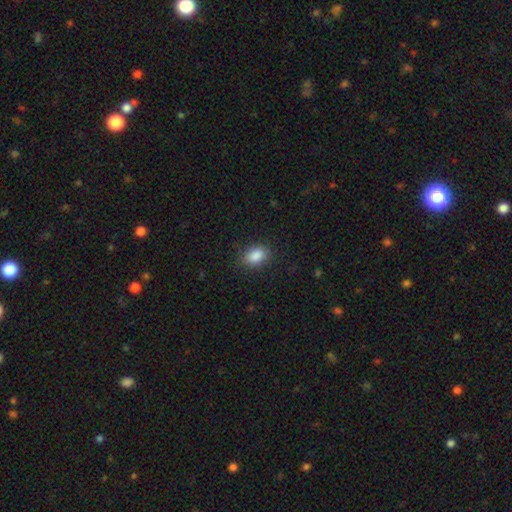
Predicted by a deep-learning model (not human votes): smooth 87%, star or artifact 8%, featured or disk 4%. Down the decision tree: how rounded — in between (81%); merging — none (83%).